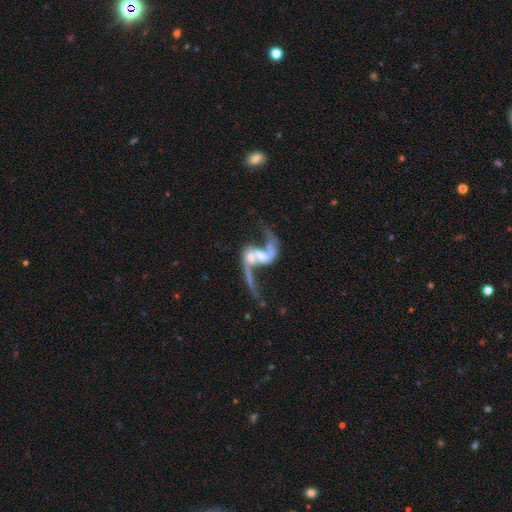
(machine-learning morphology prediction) This appears to be a featured or disk galaxy (85%) with no bar (41%), 2 (87%) loose (89%) spiral arms (90%) and a moderate central bulge (36%). Merging: merger (53%).